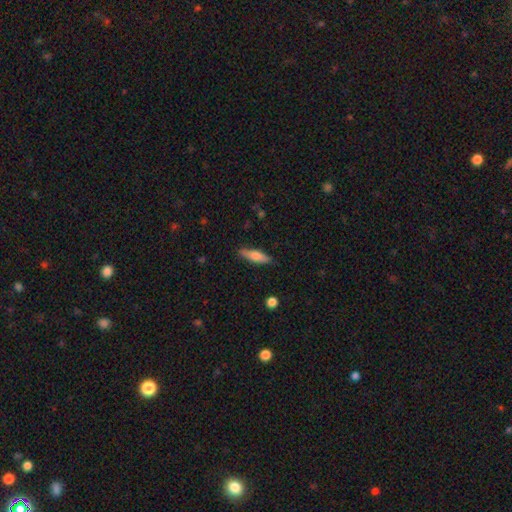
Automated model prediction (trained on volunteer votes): Smooth or featured?
  - smooth: 63% *
  - featured or disk: 31%
  - star or artifact: 6%
How rounded?
  - cigar-shaped: 65% *
  - in between: 33%
  - round: 2%
Merging?
  - none: 86% *
  - minor disturbance: 10%
  - major disturbance: 2%
  - merger: 1%